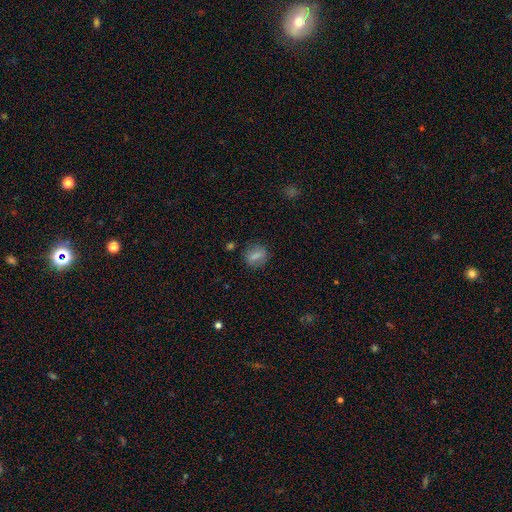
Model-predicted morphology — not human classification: smooth_or_featured: smooth (p=0.71) [alt: featured or disk p=0.19]
how_rounded: round (p=0.54) [alt: in between p=0.41]
merging: none (p=0.82) [alt: minor disturbance p=0.12]